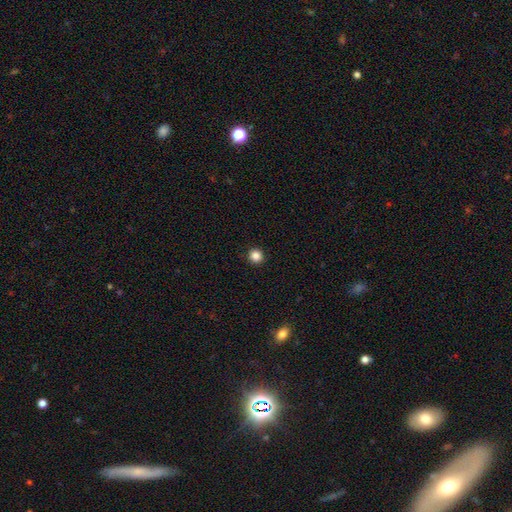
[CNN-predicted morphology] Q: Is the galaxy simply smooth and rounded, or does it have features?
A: smooth — 85%.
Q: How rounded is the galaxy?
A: round — 95%.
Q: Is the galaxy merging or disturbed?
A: none — 93%.